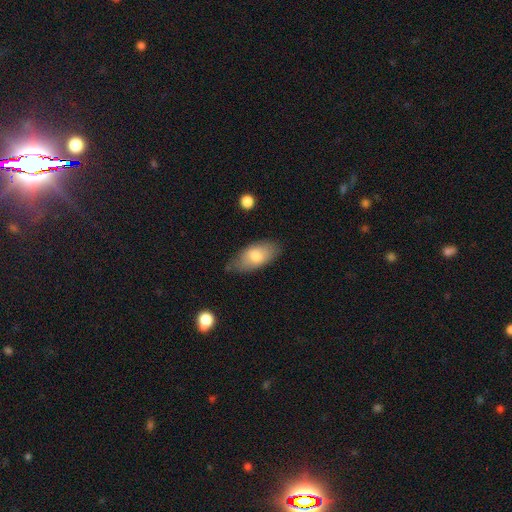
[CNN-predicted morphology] smooth 76%, featured or disk 18%, star or artifact 6%. Down the decision tree: how rounded — in between (90%); merging — none (71%).